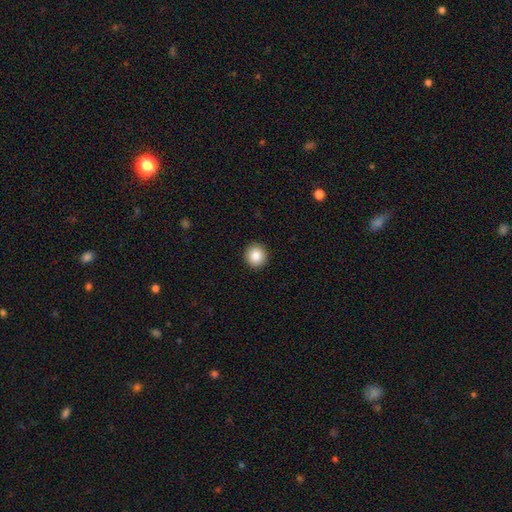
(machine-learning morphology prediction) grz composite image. It shows a smooth galaxy with no disk features (86%) that is round (94%). Merging: none (93%).